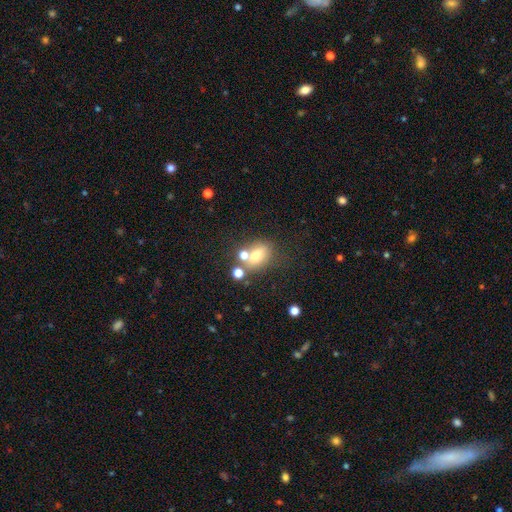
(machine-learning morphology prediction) The model was most divided on "merging": none: 49%, merger: 30%, minor disturbance: 14%, major disturbance: 7%. More confident: smooth or featured — smooth (68%); how rounded — in between (64%).